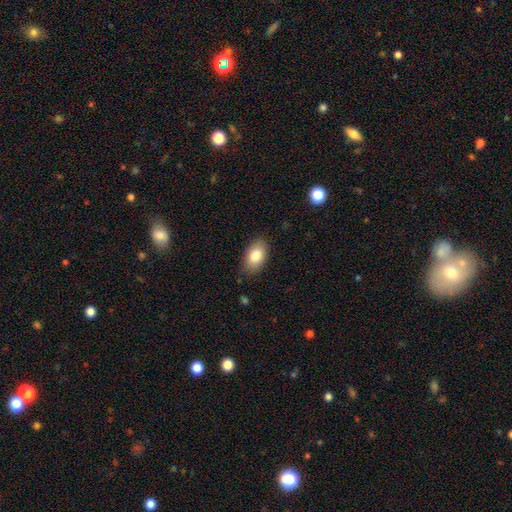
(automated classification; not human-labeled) Smooth or featured?
  - smooth: 82% *
  - featured or disk: 11%
  - star or artifact: 7%
How rounded?
  - in between: 92% *
  - round: 7%
  - cigar-shaped: 2%
Merging?
  - none: 83% *
  - minor disturbance: 13%
  - major disturbance: 3%
  - merger: 1%